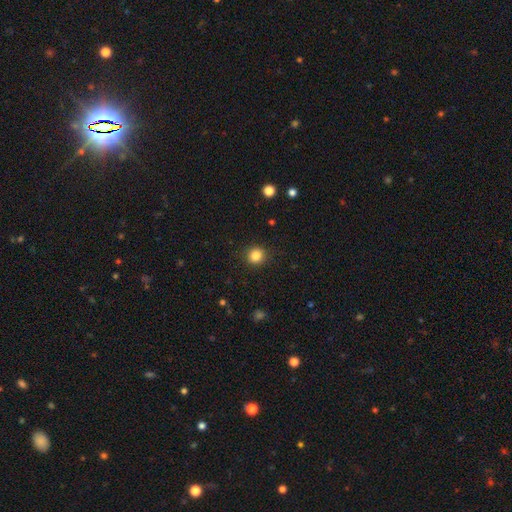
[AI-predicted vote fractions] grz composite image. It shows a smooth galaxy with no disk features (85%) that is round (88%). Merging: none (89%).